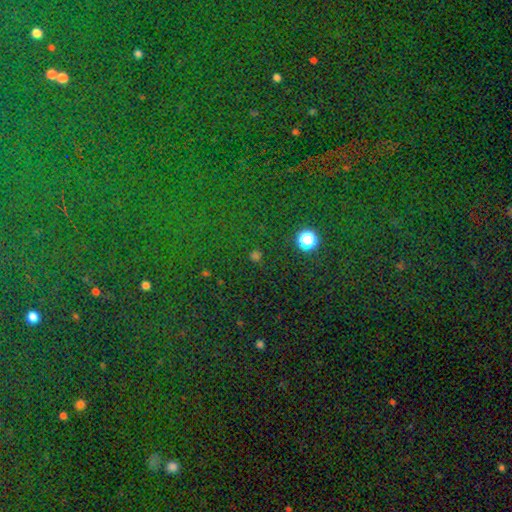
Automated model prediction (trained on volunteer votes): star or artifact 48%, smooth 45%, featured or disk 6%.